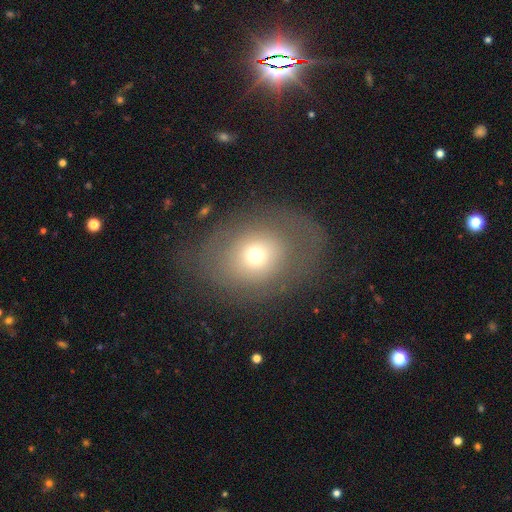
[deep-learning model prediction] smooth_or_featured: smooth (p=0.56) [alt: featured or disk p=0.30]
how_rounded: in between (p=0.50) [alt: round p=0.49]
merging: none (p=0.64) [alt: minor disturbance p=0.18]